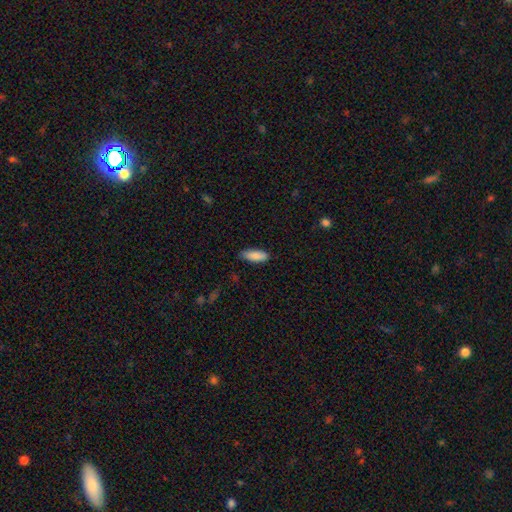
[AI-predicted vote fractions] Overall: smooth (88%). How rounded: in between (70%). Merging: none (83%).